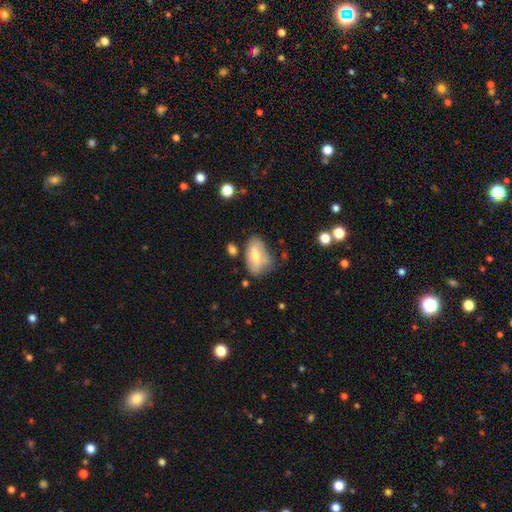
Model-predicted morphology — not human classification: The model was most divided on "merging": none: 49%, minor disturbance: 32%, major disturbance: 12%, merger: 8%. More confident: how rounded — in between (91%); smooth or featured — smooth (68%).